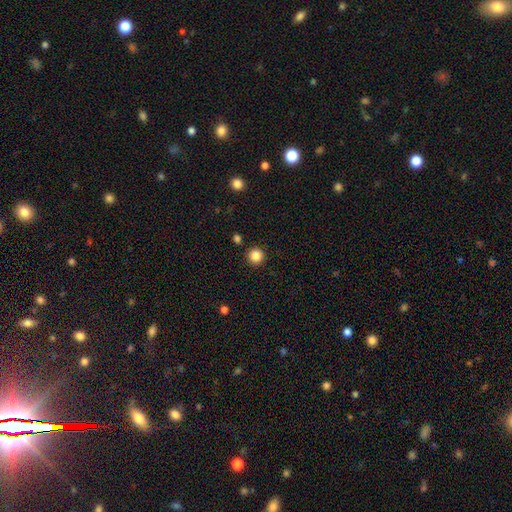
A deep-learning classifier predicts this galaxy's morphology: type=smooth (85%); roundness=round (96%); merging=none (92%).